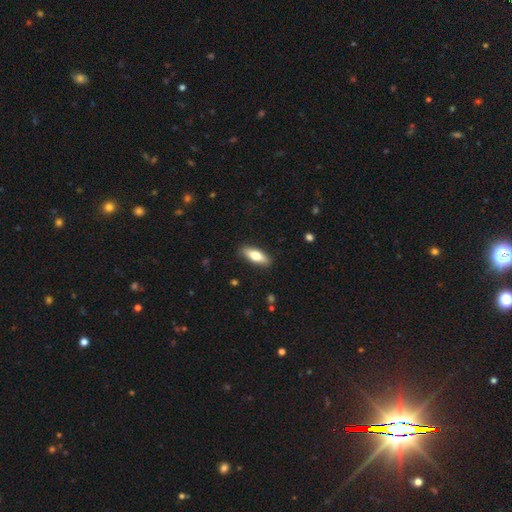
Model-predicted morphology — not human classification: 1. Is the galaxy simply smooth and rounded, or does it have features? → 70% smooth, 24% featured or disk, 6% star or artifact.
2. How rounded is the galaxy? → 66% in between, 32% cigar-shaped, 2% round.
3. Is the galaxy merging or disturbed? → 88% none, 9% minor disturbance, 2% major disturbance, 1% merger.